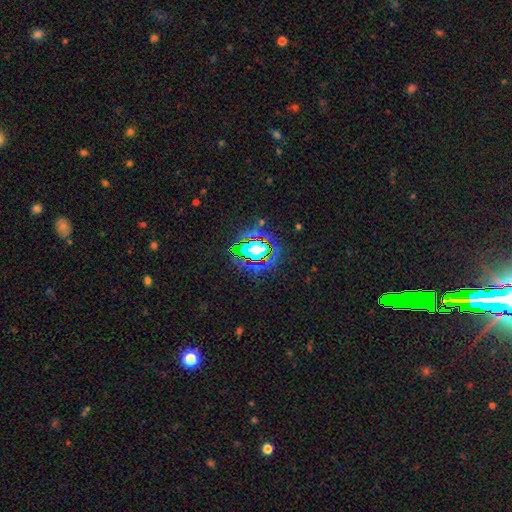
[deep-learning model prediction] This is likely a star or artifact rather than a galaxy (79%).